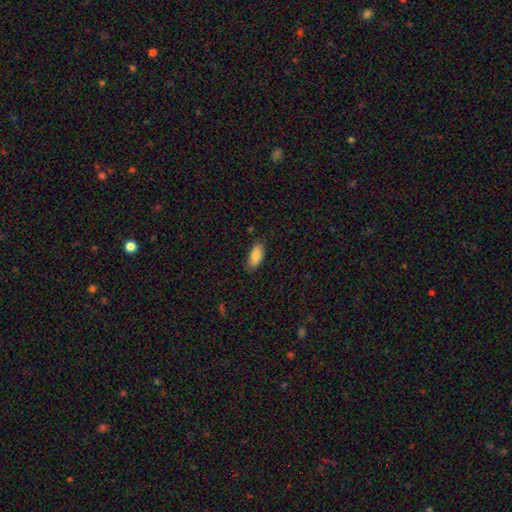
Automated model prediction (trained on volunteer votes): smooth_or_featured: smooth (p=0.86) [alt: featured or disk p=0.08]
how_rounded: in between (p=0.87) [alt: cigar-shaped p=0.11]
merging: none (p=0.84) [alt: minor disturbance p=0.12]